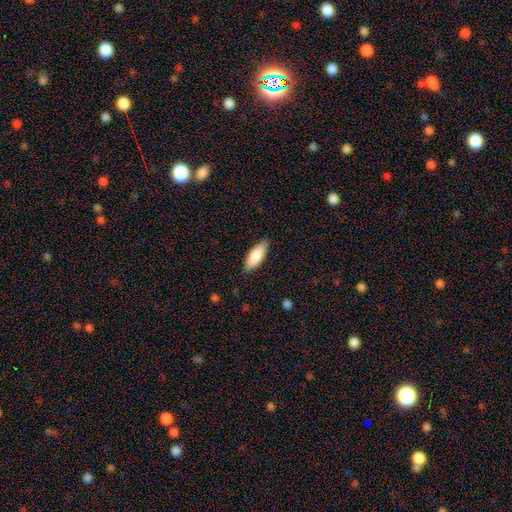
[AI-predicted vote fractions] A smooth galaxy with no disk features (84%) that is in between round and cigar-shaped (74%).

Vote fractions:
- Smooth or featured? smooth: 84% / featured or disk: 11% / star or artifact: 5%
- How rounded? in between: 74% / cigar-shaped: 24% / round: 2%
- Merging? none: 85% / minor disturbance: 12% / major disturbance: 2% / merger: 1%